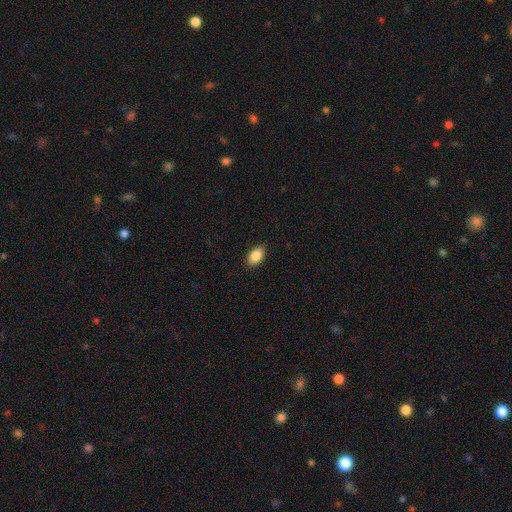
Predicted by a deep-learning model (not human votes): Smooth or featured? Predicted: smooth (p=0.88). How rounded? Predicted: in between (p=0.92). Merging? Predicted: none (p=0.89).